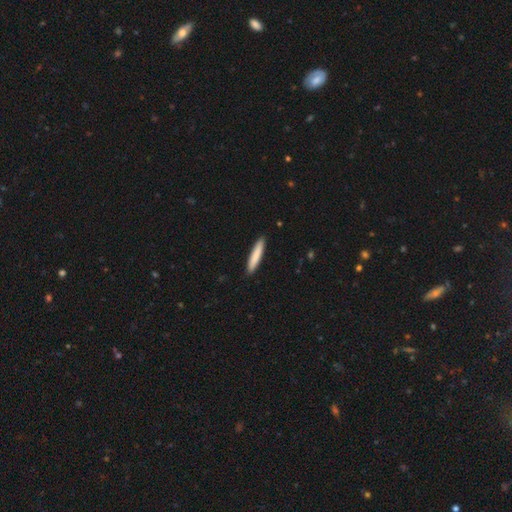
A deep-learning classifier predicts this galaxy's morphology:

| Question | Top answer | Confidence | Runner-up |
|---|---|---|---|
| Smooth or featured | smooth | 83% | featured or disk (12%) |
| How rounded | cigar-shaped | 91% | in between (8%) |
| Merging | none | 91% | minor disturbance (7%) |